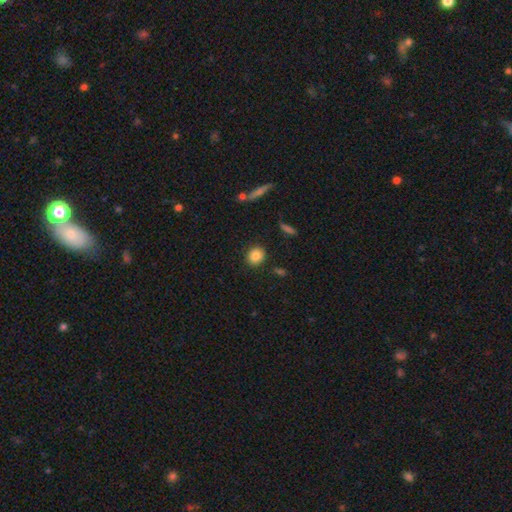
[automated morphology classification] Smooth or featured?
  - smooth: 85% *
  - star or artifact: 9%
  - featured or disk: 6%
How rounded?
  - round: 76% *
  - in between: 23%
  - cigar-shaped: 1%
Merging?
  - none: 88% *
  - minor disturbance: 8%
  - major disturbance: 2%
  - merger: 2%